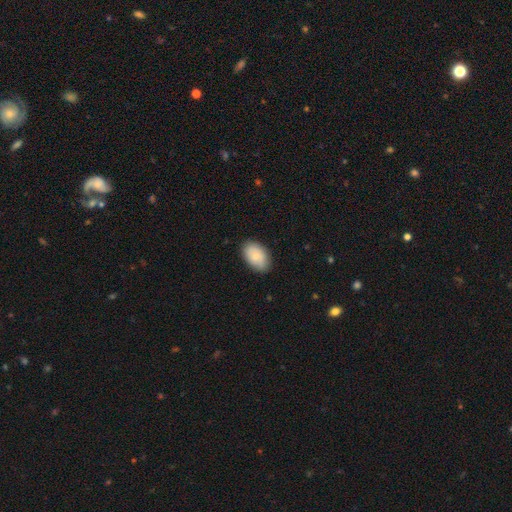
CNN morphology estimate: smooth 79%, featured or disk 14%, star or artifact 6%. Down the decision tree: how rounded — in between (91%); merging — none (82%).